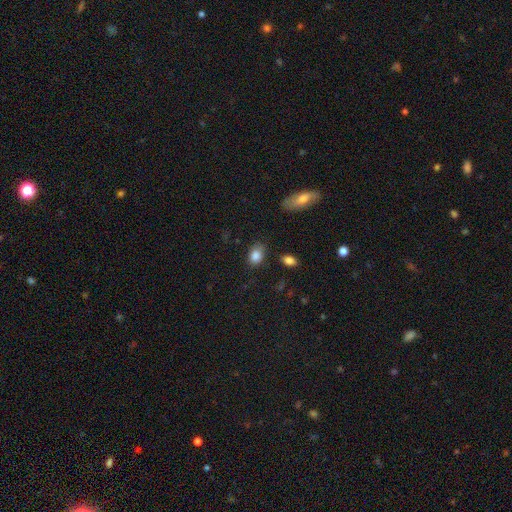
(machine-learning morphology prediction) A smooth galaxy with no disk features (86%) that is in between round and cigar-shaped (76%). Merging: none (75%).